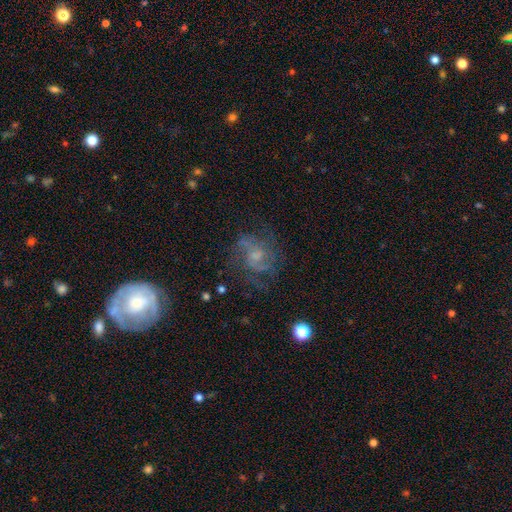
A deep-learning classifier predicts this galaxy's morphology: A featured or disk galaxy (70%) with no bar (62%), 2 (43%) medium (50%) spiral arms (87%) and a small central bulge (46%).

Vote fractions:
- Smooth or featured? featured or disk: 70% / smooth: 17% / star or artifact: 13%
- Edge-on disk? no: 97% / yes: 3%
- Bar? no: 62% / weak: 33% / strong: 5%
- Spiral arms? yes: 87% / no: 13%
- Spiral winding? medium: 50% / tight: 28% / loose: 22%
- Spiral arm count? 2: 43% / can't tell: 28% / 3: 16% / 4: 5% / 1: 5% / more than 4: 4%
- Bulge size? small: 46% / moderate: 33% / none: 16% / large: 4% / dominant: 1%
- Merging? none: 63% / minor disturbance: 18% / major disturbance: 16% / merger: 2%